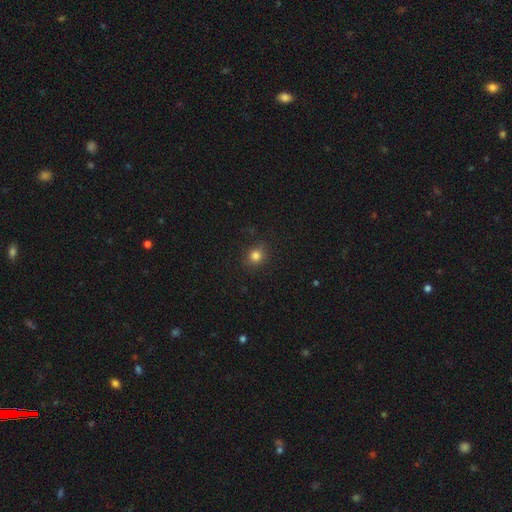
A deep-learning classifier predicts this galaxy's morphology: A smooth galaxy with no disk features (82%) that is round (82%).

Vote fractions:
- Smooth or featured? smooth: 82% / star or artifact: 13% / featured or disk: 5%
- How rounded? round: 82% / in between: 17% / cigar-shaped: 1%
- Merging? none: 86% / minor disturbance: 10% / major disturbance: 3% / merger: 1%